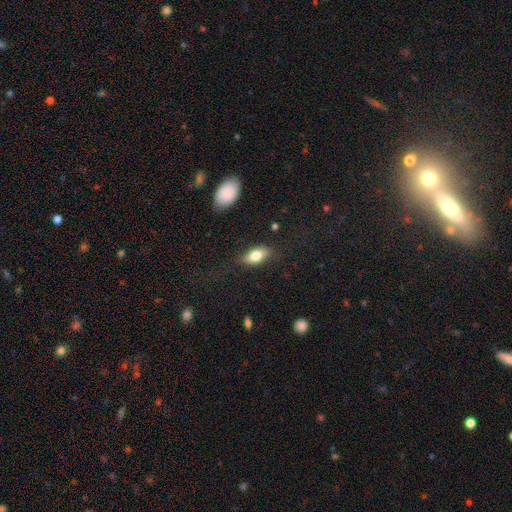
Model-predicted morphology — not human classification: smooth 73%, featured or disk 19%, star or artifact 7%. Down the decision tree: how rounded — in between (84%); merging — none (76%).